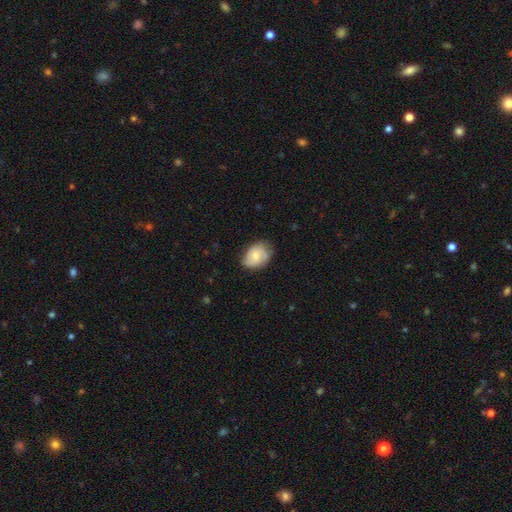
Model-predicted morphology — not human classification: Smooth or featured: smooth — 72% (featured or disk — 21%)
How rounded: in between — 72% (round — 27%)
Merging: none — 66% (minor disturbance — 28%)